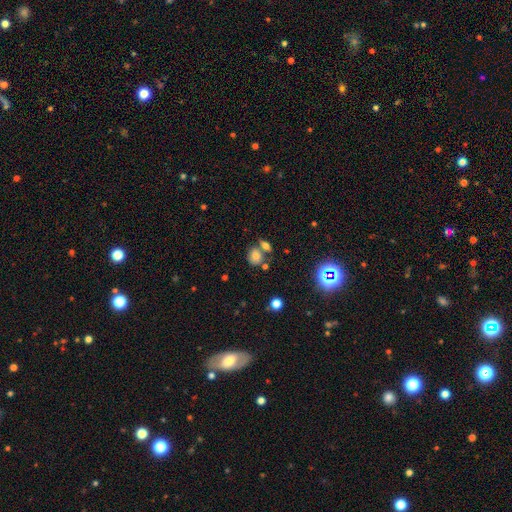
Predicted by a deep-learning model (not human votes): This appears to be a smooth galaxy with no disk features (72%) that is round (53%). Merging: none (50%).